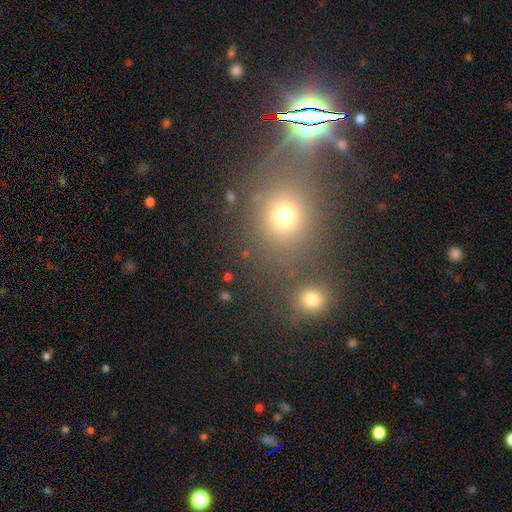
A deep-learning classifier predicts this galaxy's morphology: star or artifact 49%, smooth 42%, featured or disk 9%.